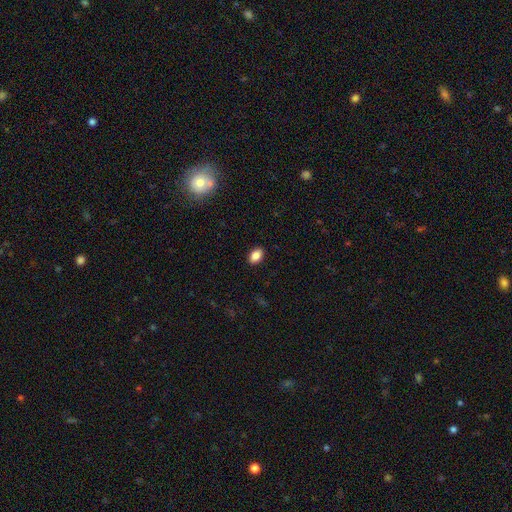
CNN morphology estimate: Q: Smooth or featured?
A: smooth (86%); runner-up: star or artifact (8%)
Q: How rounded?
A: in between (86%); runner-up: round (12%)
Q: Merging?
A: none (90%); runner-up: minor disturbance (8%)